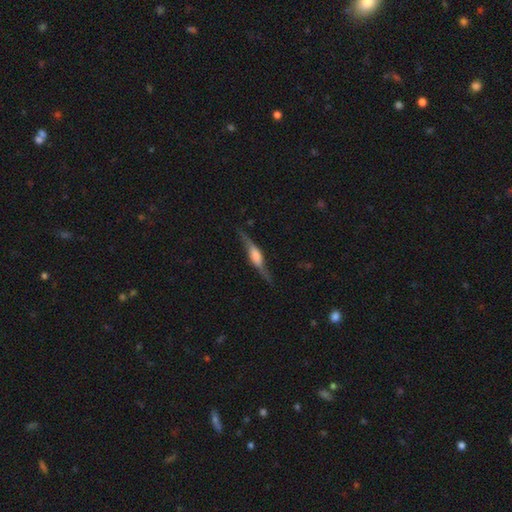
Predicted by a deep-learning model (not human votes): A featured or disk galaxy (75%) viewed edge-on (87%) with a rounded central bulge (55%). Merging: none (77%).